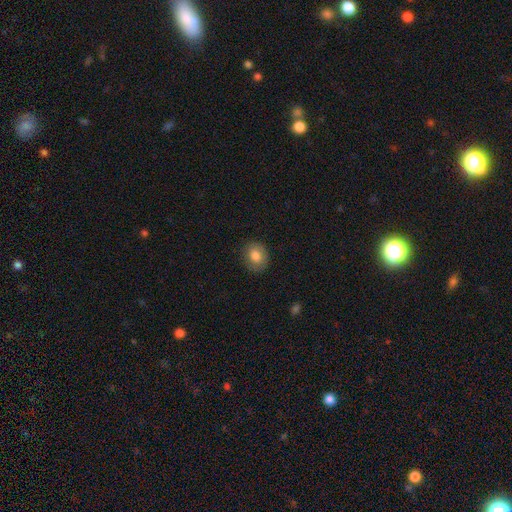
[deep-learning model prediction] A smooth galaxy with no disk features (79%) that is round (57%).

Vote fractions:
- Smooth or featured? smooth: 79% / featured or disk: 13% / star or artifact: 8%
- How rounded? round: 57% / in between: 42% / cigar-shaped: 1%
- Merging? none: 84% / minor disturbance: 12% / major disturbance: 3% / merger: 1%